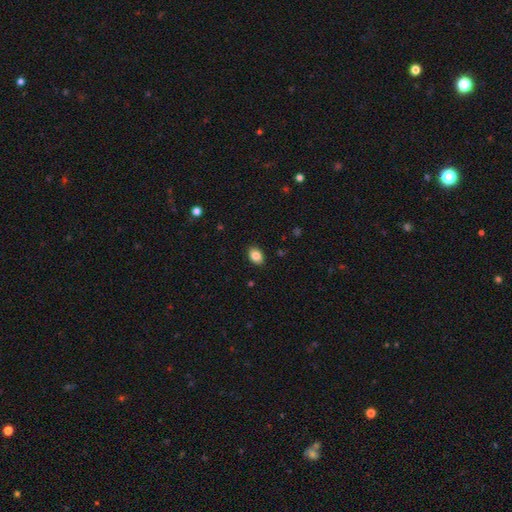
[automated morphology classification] type=smooth (85%); roundness=in between (79%); merging=none (88%).